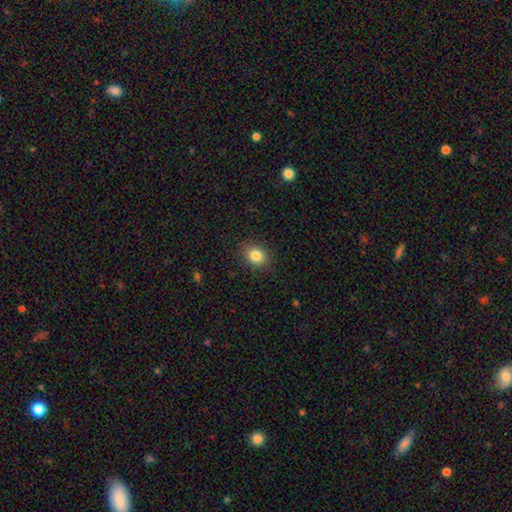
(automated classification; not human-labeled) Smooth or featured?
  - smooth: 83% *
  - star or artifact: 11%
  - featured or disk: 6%
How rounded?
  - round: 64% *
  - in between: 35%
  - cigar-shaped: 1%
Merging?
  - none: 88% *
  - minor disturbance: 8%
  - major disturbance: 2%
  - merger: 1%